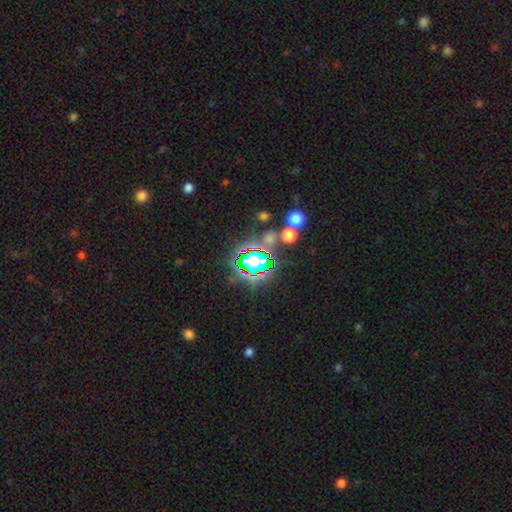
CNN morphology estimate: Smooth or featured: star or artifact — 83% (smooth — 11%)